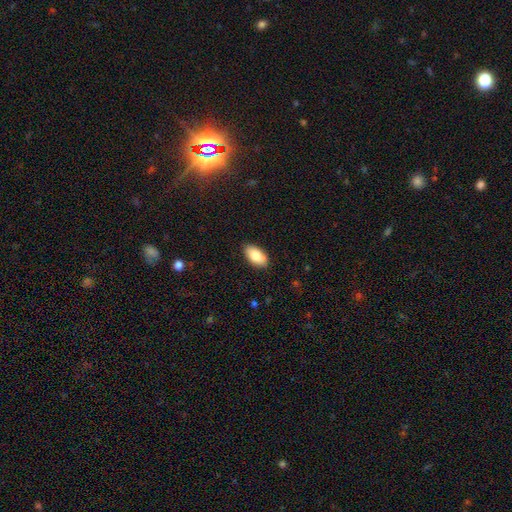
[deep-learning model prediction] Smooth or featured? smooth (84%)
How rounded? in between (94%)
Merging? none (86%)